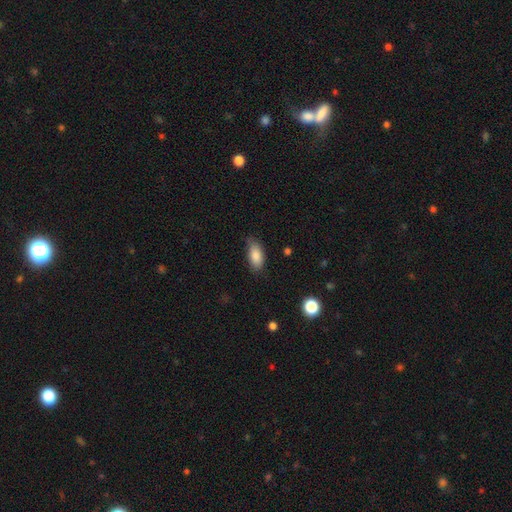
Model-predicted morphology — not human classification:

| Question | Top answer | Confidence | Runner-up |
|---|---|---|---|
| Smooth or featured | smooth | 86% | featured or disk (7%) |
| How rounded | in between | 90% | cigar-shaped (7%) |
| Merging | none | 71% | minor disturbance (24%) |